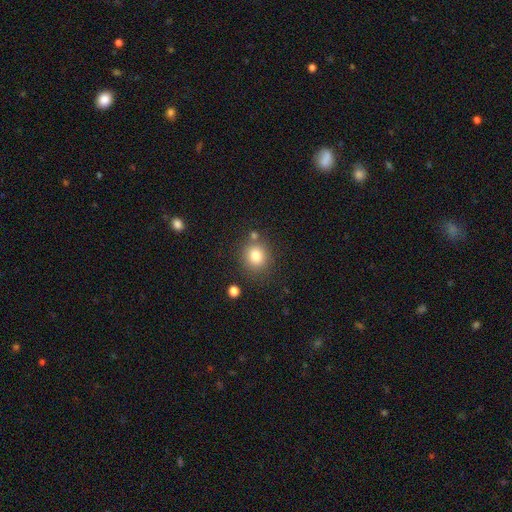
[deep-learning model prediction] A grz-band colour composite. It shows a smooth galaxy with no disk features (80%) that is round (83%). Merging: none (76%).